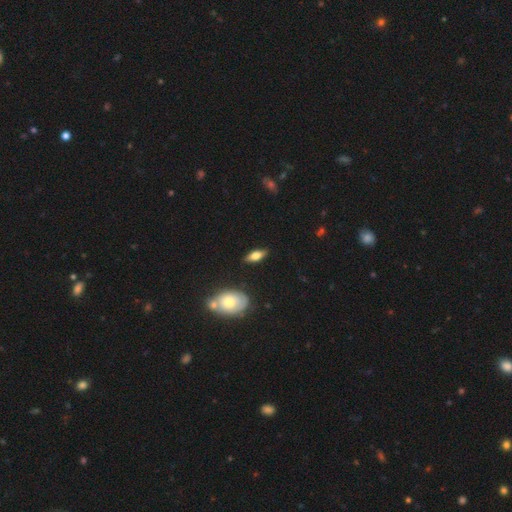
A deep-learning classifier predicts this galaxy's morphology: The model was most divided on "smooth or featured": smooth: 60%, featured or disk: 32%, star or artifact: 7%. More confident: merging — none (84%); how rounded — in between (69%).